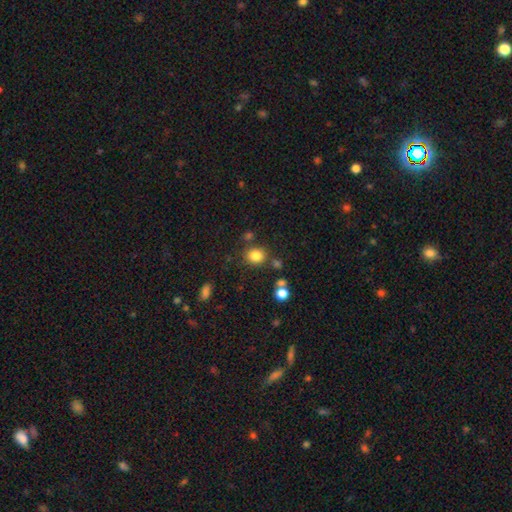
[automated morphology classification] Smooth or featured: smooth — 82% (star or artifact — 12%)
How rounded: round — 76% (in between — 23%)
Merging: none — 79% (minor disturbance — 10%)